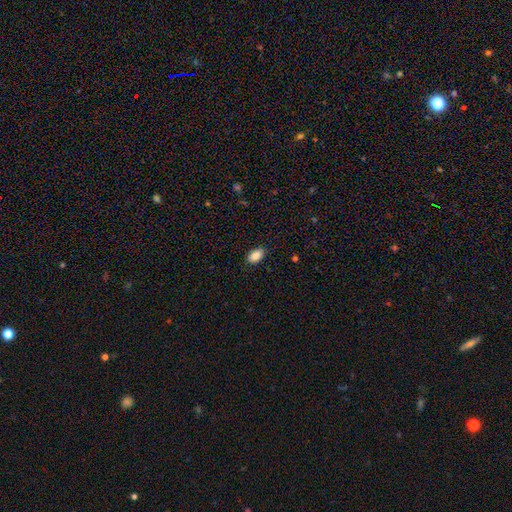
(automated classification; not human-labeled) Smooth or featured: smooth — 88% (star or artifact — 8%)
How rounded: in between — 92% (round — 6%)
Merging: none — 88% (minor disturbance — 9%)